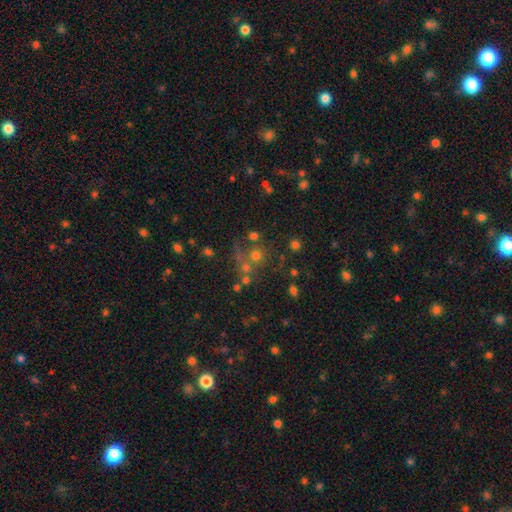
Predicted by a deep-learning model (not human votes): Smooth or featured?
  - smooth: 54% *
  - star or artifact: 31%
  - featured or disk: 16%
How rounded?
  - round: 89% *
  - in between: 10%
  - cigar-shaped: 1%
Merging?
  - none: 58% *
  - merger: 25%
  - minor disturbance: 10%
  - major disturbance: 8%